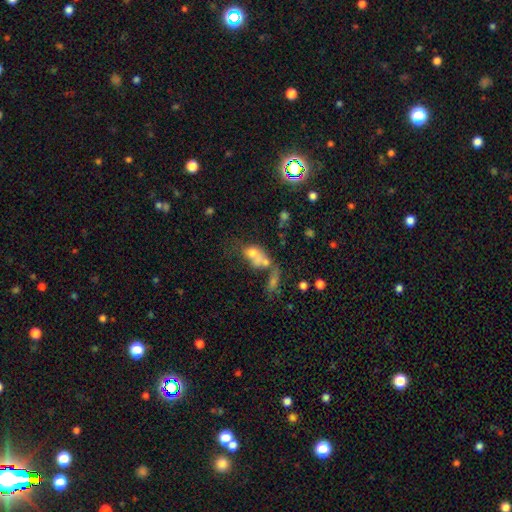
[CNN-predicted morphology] This appears to be a smooth galaxy with no disk features (62%) that is in between round and cigar-shaped (67%). Merging: merger (54%).